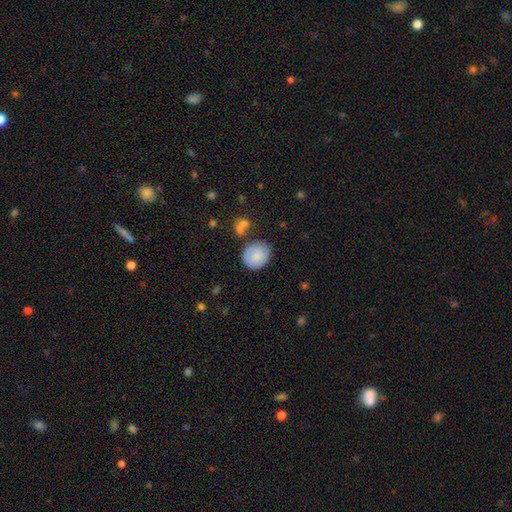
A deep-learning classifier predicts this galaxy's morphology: Q: Smooth or featured?
A: smooth (76%); runner-up: featured or disk (17%)
Q: How rounded?
A: round (74%); runner-up: in between (25%)
Q: Merging?
A: none (66%); runner-up: minor disturbance (21%)